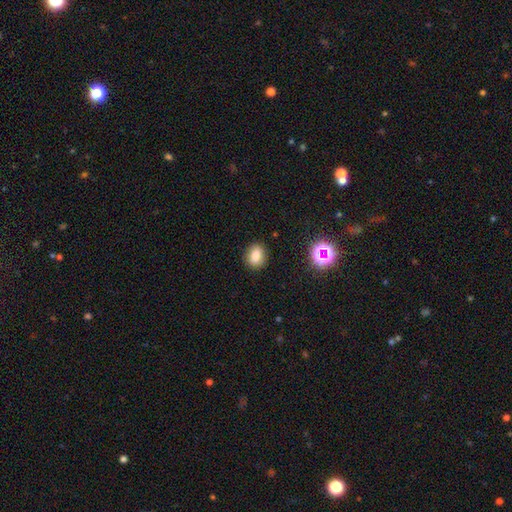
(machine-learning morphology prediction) smooth_or_featured: smooth (p=0.81) [alt: star or artifact p=0.13]
how_rounded: in between (p=0.50) [alt: round p=0.49]
merging: none (p=0.87) [alt: minor disturbance p=0.09]